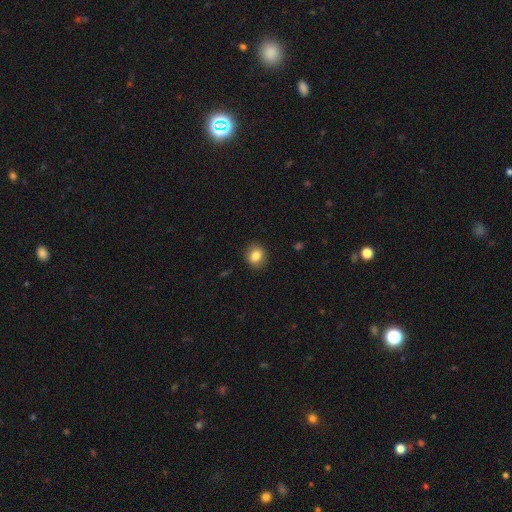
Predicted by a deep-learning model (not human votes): Smooth or featured? smooth (85%)
How rounded? round (76%)
Merging? none (90%)